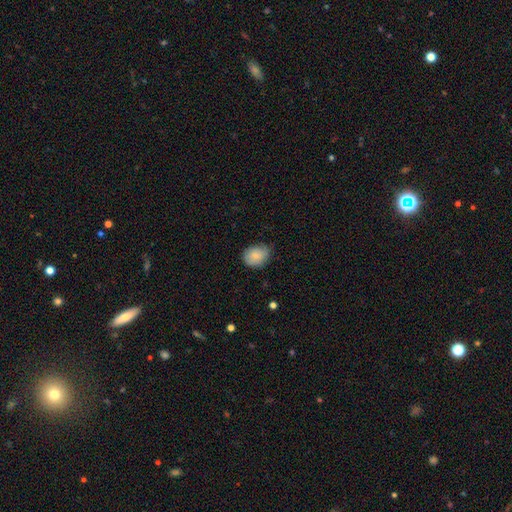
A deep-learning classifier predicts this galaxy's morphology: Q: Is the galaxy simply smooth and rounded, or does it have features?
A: smooth — 82%.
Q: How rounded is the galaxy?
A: in between — 61%.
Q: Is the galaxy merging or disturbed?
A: none — 65%.